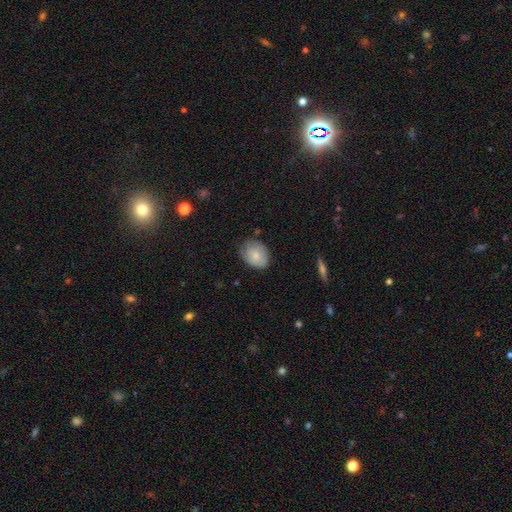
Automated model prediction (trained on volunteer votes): Smooth or featured?
  - smooth: 70% *
  - featured or disk: 23%
  - star or artifact: 7%
How rounded?
  - in between: 66% *
  - round: 33%
  - cigar-shaped: 1%
Merging?
  - none: 63% *
  - minor disturbance: 29%
  - major disturbance: 6%
  - merger: 1%